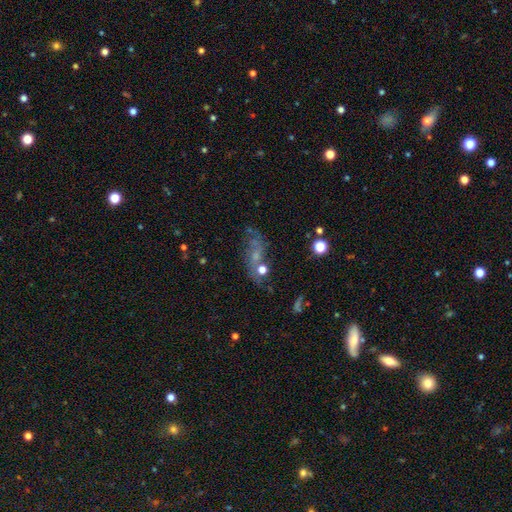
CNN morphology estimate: Q: Smooth or featured?
A: featured or disk (45%); runner-up: smooth (31%)
Q: Merging?
A: none (48%); runner-up: minor disturbance (19%)